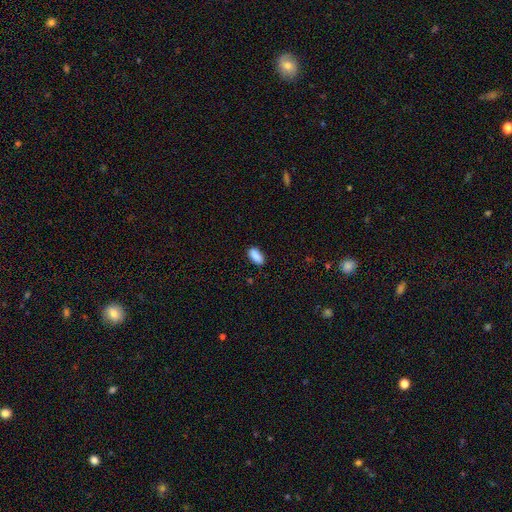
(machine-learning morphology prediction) Smooth or featured? Predicted: smooth (p=0.89). How rounded? Predicted: in between (p=0.89). Merging? Predicted: none (p=0.85).